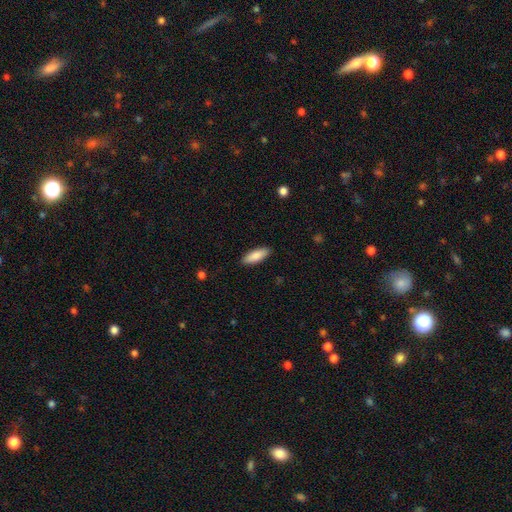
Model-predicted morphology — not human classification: This is clearly a smooth galaxy (86%). How rounded: likely in between (65%). Merging: clearly none (89%).